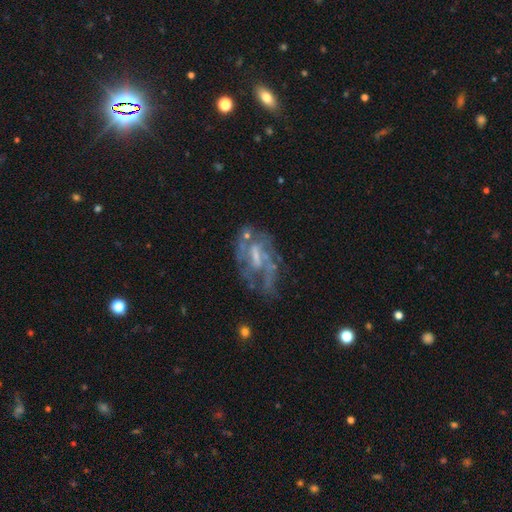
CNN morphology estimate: A featured or disk galaxy (77%) with a weak bar (47%), spiral arms (65%) and a small central bulge (39%). Merging: none (47%).